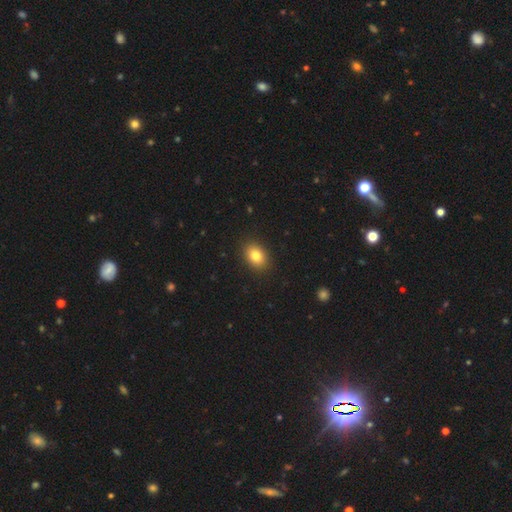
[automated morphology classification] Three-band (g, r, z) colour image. It shows a smooth galaxy with no disk features (83%) that is in between round and cigar-shaped (70%). Merging: none (90%).